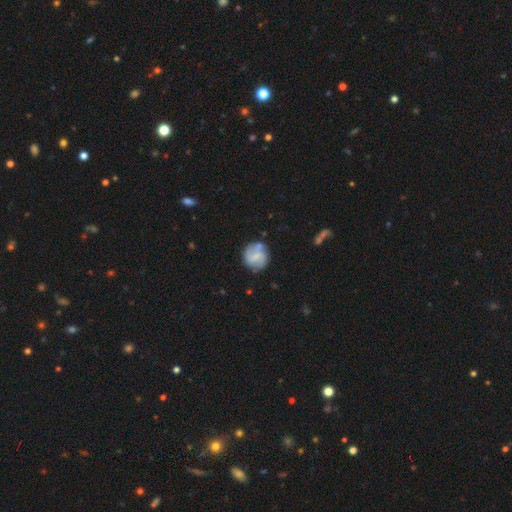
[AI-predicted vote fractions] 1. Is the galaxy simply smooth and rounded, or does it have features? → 48% featured or disk, 45% smooth, 7% star or artifact.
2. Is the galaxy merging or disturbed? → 71% none, 17% minor disturbance, 6% major disturbance, 6% merger.